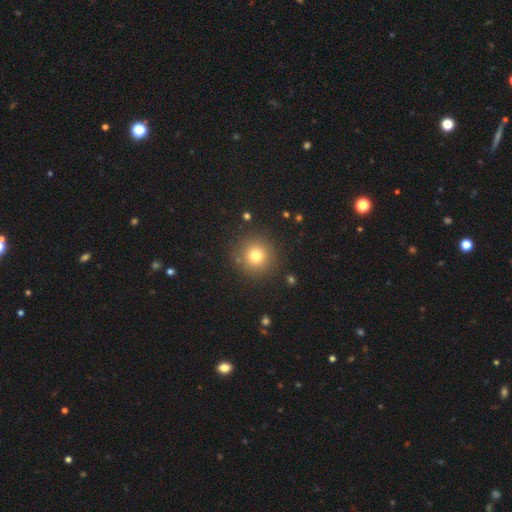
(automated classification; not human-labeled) Smooth or featured: smooth — 75% (star or artifact — 15%)
How rounded: round — 95% (in between — 4%)
Merging: none — 89% (minor disturbance — 6%)